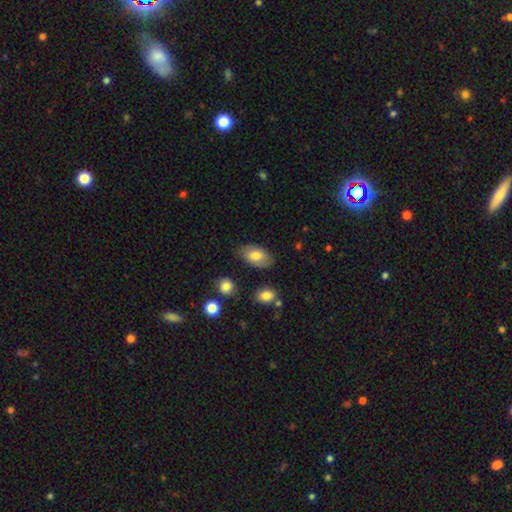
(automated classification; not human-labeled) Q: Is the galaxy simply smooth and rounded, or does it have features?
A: smooth — 72%.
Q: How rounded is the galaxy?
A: in between — 93%.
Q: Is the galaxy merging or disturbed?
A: none — 77%.